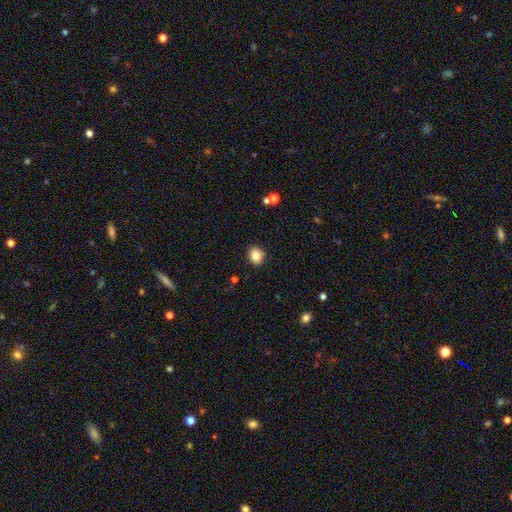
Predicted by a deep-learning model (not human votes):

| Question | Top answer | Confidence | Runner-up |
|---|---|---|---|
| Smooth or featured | smooth | 83% | star or artifact (10%) |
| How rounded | round | 66% | in between (33%) |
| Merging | none | 89% | minor disturbance (8%) |